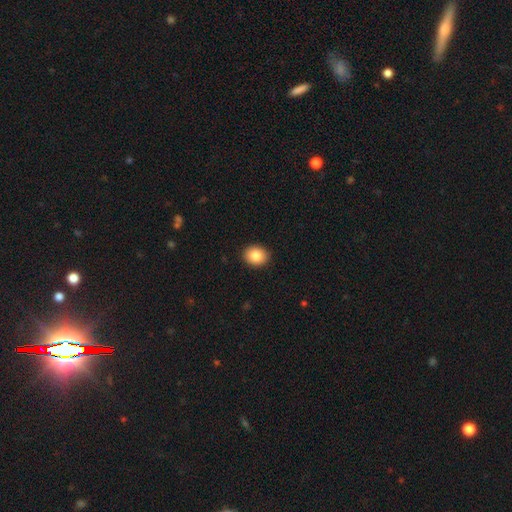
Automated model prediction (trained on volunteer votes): A smooth galaxy with no disk features (84%) that is round (62%).

Vote fractions:
- Smooth or featured? smooth: 84% / star or artifact: 9% / featured or disk: 8%
- How rounded? round: 62% / in between: 37% / cigar-shaped: 1%
- Merging? none: 92% / minor disturbance: 6% / major disturbance: 2% / merger: 1%